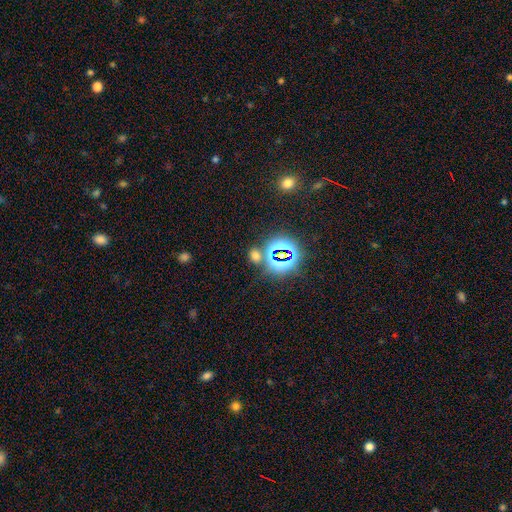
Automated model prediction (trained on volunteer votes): smooth_or_featured: star or artifact (p=0.47) [alt: smooth p=0.46]